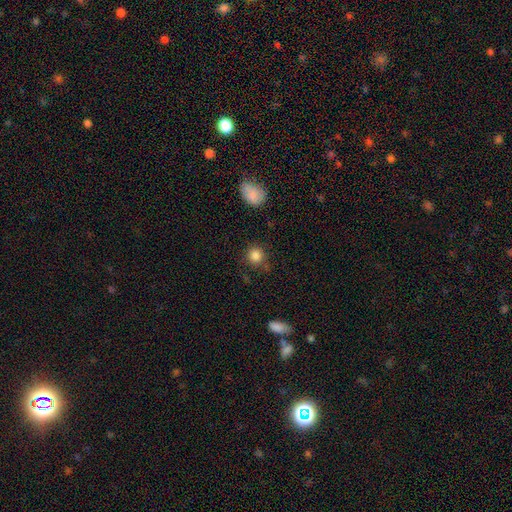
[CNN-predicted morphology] A smooth galaxy with no disk features (85%) that is round (91%). Merging: none (82%).